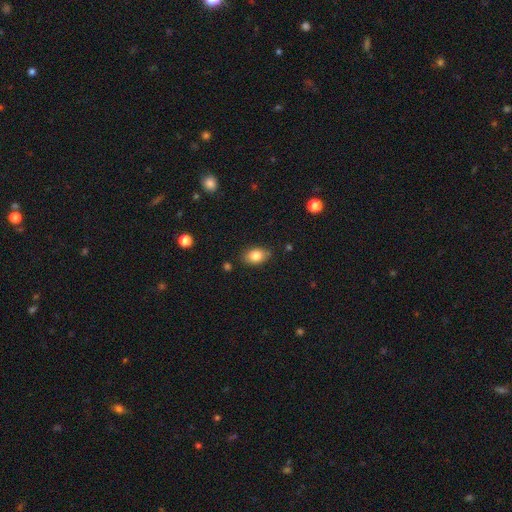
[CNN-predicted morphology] Overall: smooth (82%). How rounded: in between (82%). Merging: none (84%).